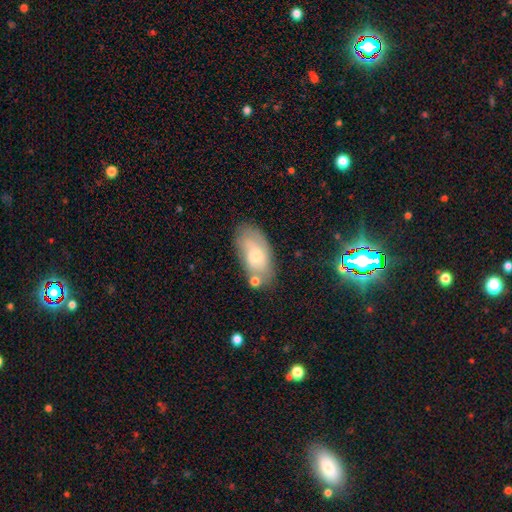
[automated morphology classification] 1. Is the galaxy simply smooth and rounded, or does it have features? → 53% smooth, 40% featured or disk, 7% star or artifact.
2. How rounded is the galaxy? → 92% in between, 5% round, 4% cigar-shaped.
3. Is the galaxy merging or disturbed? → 61% none, 22% minor disturbance, 10% merger, 7% major disturbance.